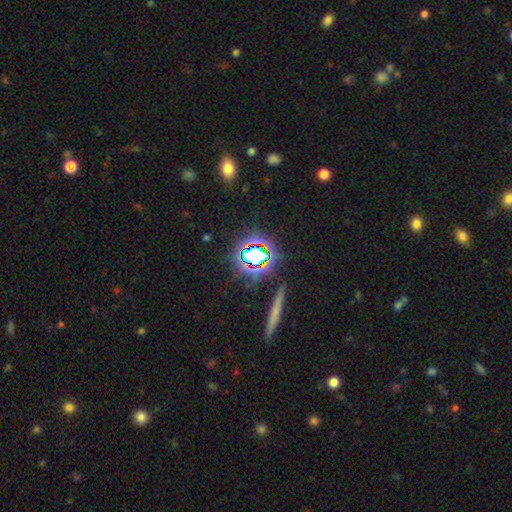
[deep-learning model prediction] A star or artifact, not a galaxy (65%).

Vote fractions:
- Smooth or featured? star or artifact: 65% / smooth: 22% / featured or disk: 13%